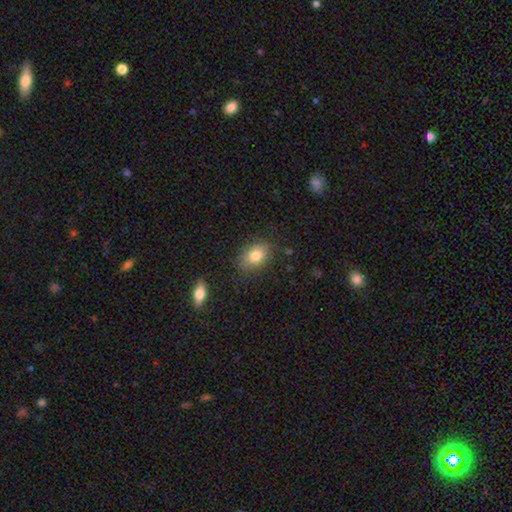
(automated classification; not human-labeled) Smooth or featured: smooth — 80% (featured or disk — 11%)
How rounded: in between — 81% (round — 18%)
Merging: none — 81% (minor disturbance — 14%)